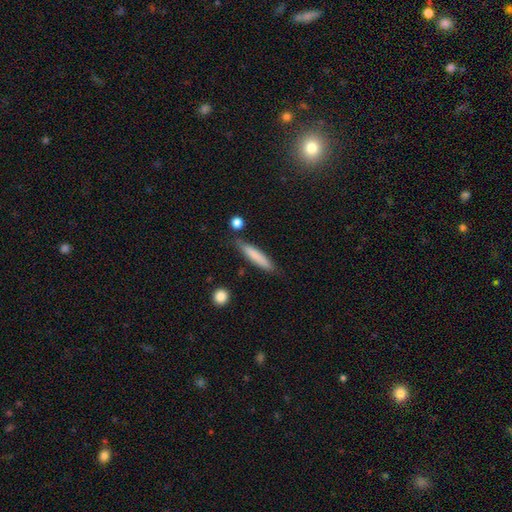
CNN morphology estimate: This is likely a smooth galaxy (78%). How rounded: clearly cigar-shaped (90%). Merging: likely none (80%).